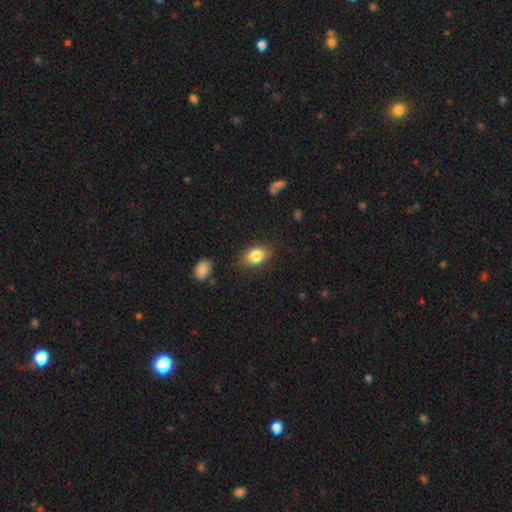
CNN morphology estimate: Smooth or featured?
  - smooth: 83% *
  - featured or disk: 9%
  - star or artifact: 8%
How rounded?
  - in between: 78% *
  - round: 20%
  - cigar-shaped: 2%
Merging?
  - none: 80% *
  - minor disturbance: 15%
  - major disturbance: 4%
  - merger: 2%